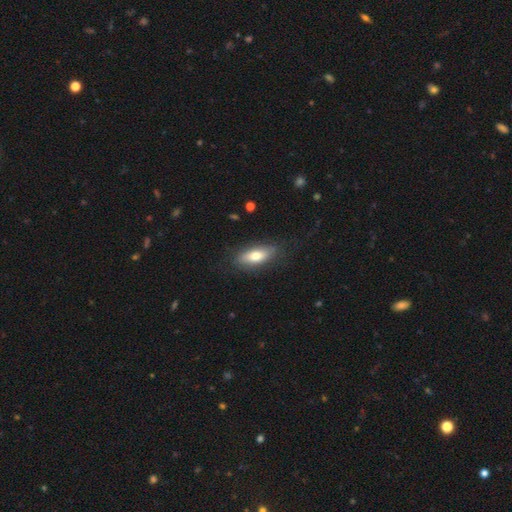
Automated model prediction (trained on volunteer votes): Overall: smooth (70%). How rounded: in between (78%). Merging: none (78%).